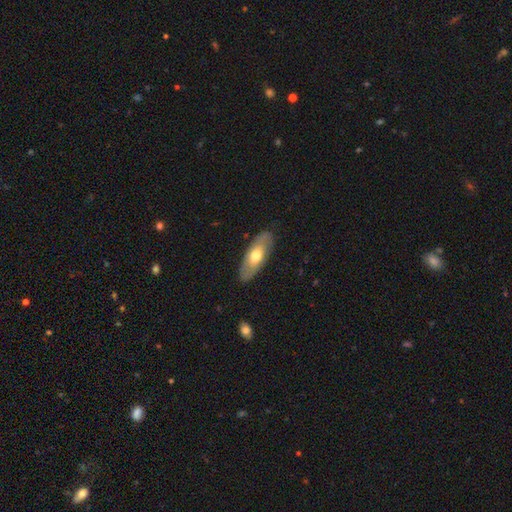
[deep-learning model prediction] smooth_or_featured: smooth (p=0.55) [alt: featured or disk p=0.40]
how_rounded: in between (p=0.76) [alt: cigar-shaped p=0.21]
merging: none (p=0.85) [alt: minor disturbance p=0.11]